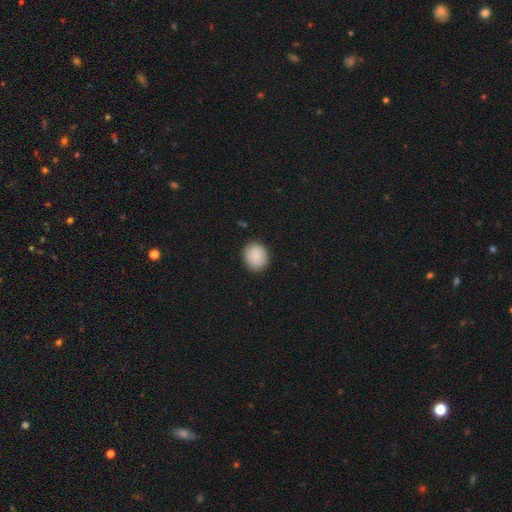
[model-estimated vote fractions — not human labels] Smooth or featured?
  - smooth: 87% *
  - star or artifact: 7%
  - featured or disk: 6%
How rounded?
  - round: 66% *
  - in between: 34%
  - cigar-shaped: 1%
Merging?
  - none: 88% *
  - minor disturbance: 9%
  - major disturbance: 2%
  - merger: 1%